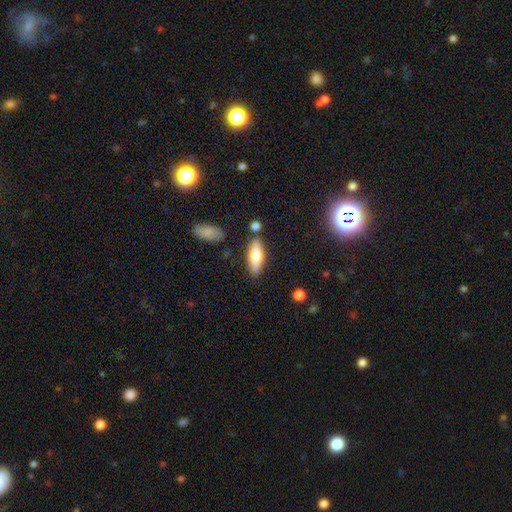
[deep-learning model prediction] Morphology: type=smooth (66%); roundness=in between (62%); merging=none (79%).